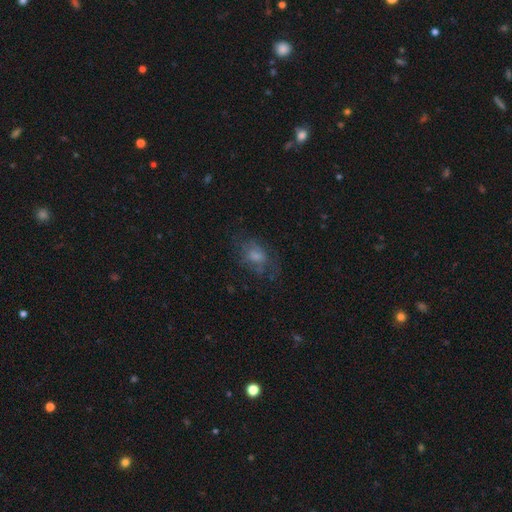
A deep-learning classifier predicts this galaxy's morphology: smooth 53%, featured or disk 34%, star or artifact 13%. Down the decision tree: how rounded — in between (77%); merging — none (53%).